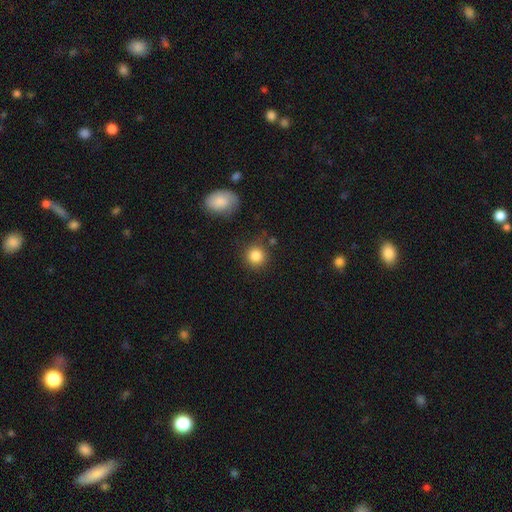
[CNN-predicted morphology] Smooth or featured: smooth — 86% (star or artifact — 10%)
How rounded: round — 91% (in between — 8%)
Merging: none — 81% (minor disturbance — 11%)